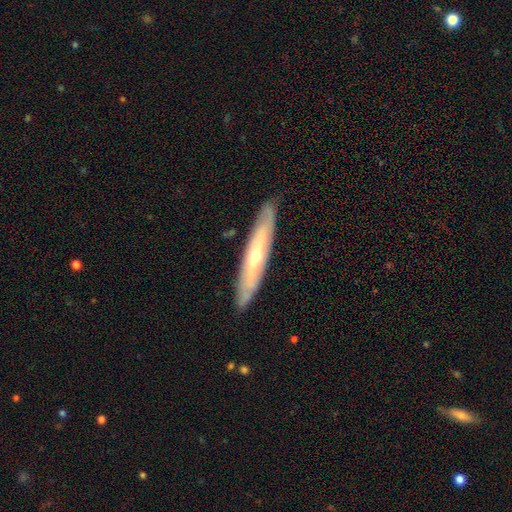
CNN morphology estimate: Smooth or featured?
  - featured or disk: 65% *
  - smooth: 29%
  - star or artifact: 6%
Edge-on disk?
  - yes: 64% *
  - no: 36%
Merging?
  - none: 86% *
  - minor disturbance: 10%
  - major disturbance: 2%
  - merger: 1%